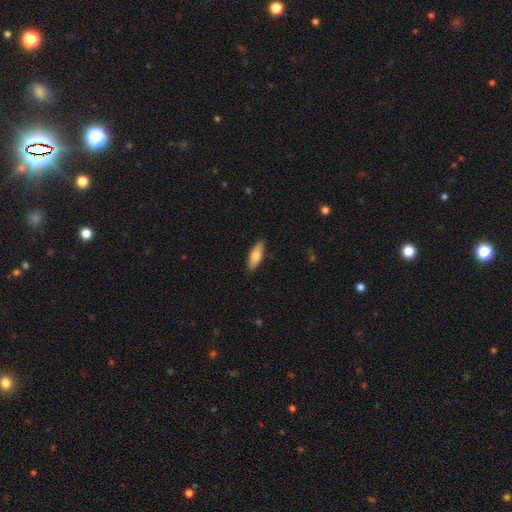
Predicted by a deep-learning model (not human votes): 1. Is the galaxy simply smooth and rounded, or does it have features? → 78% smooth, 16% featured or disk, 6% star or artifact.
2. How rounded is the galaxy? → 65% in between, 33% cigar-shaped, 2% round.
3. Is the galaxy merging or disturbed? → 88% none, 10% minor disturbance, 2% major disturbance, 1% merger.